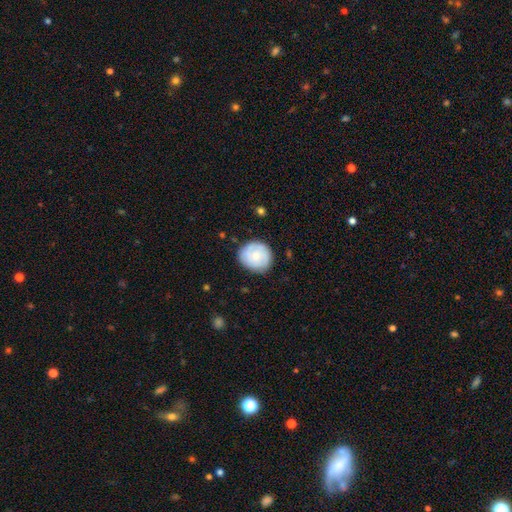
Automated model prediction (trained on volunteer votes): smooth 61%, featured or disk 33%, star or artifact 6%. Down the decision tree: how rounded — round (85%); merging — none (80%).